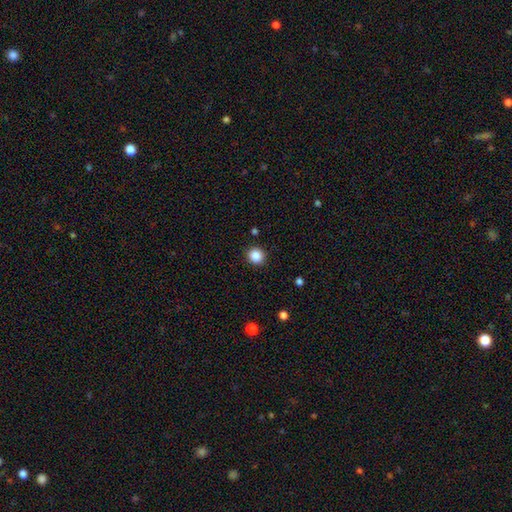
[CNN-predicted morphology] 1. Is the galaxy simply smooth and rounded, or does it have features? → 87% smooth, 10% star or artifact, 3% featured or disk.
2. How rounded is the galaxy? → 91% round, 8% in between, 1% cigar-shaped.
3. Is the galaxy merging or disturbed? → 91% none, 6% minor disturbance, 2% major disturbance, 1% merger.